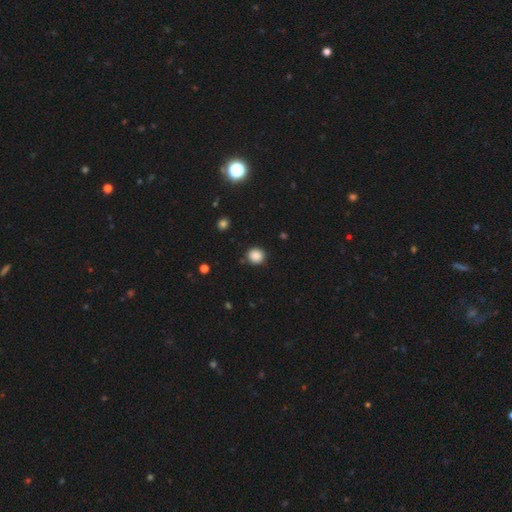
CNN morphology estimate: Smooth or featured?
  - smooth: 86% *
  - star or artifact: 11%
  - featured or disk: 3%
How rounded?
  - round: 90% *
  - in between: 9%
  - cigar-shaped: 1%
Merging?
  - none: 88% *
  - minor disturbance: 8%
  - major disturbance: 2%
  - merger: 2%